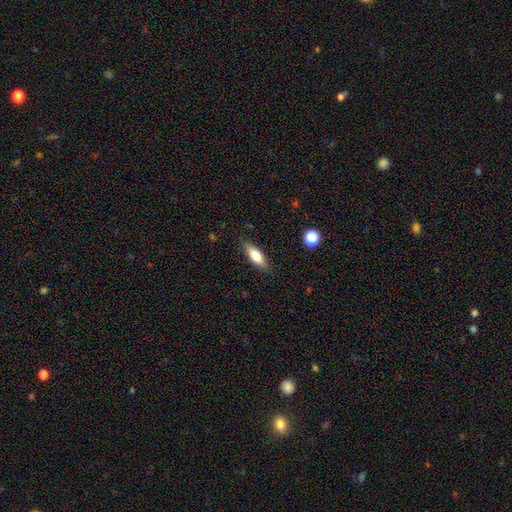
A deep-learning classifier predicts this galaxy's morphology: smooth 68%, featured or disk 25%, star or artifact 7%. Down the decision tree: how rounded — in between (59%); merging — none (86%).